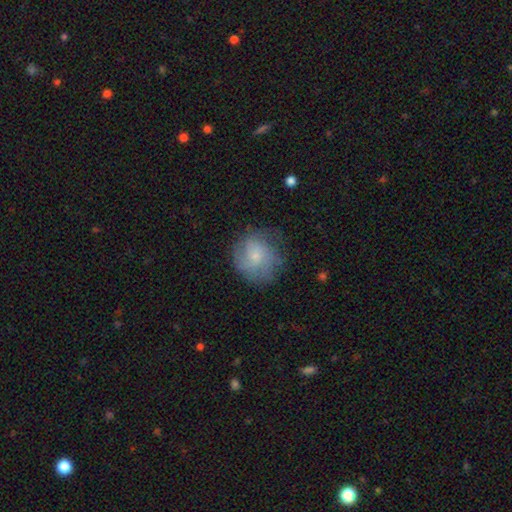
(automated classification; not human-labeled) The model was most divided on "smooth or featured": smooth: 56%, featured or disk: 35%, star or artifact: 8%. More confident: how rounded — round (83%); merging — none (63%).